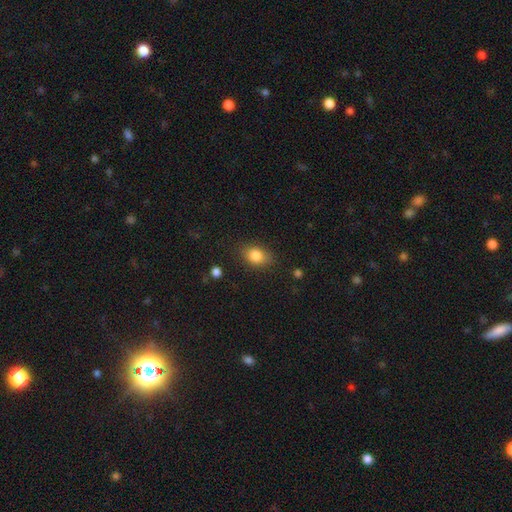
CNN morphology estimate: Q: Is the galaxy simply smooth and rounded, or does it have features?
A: smooth — 84%.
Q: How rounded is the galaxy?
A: in between — 76%.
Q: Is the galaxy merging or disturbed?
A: none — 82%.